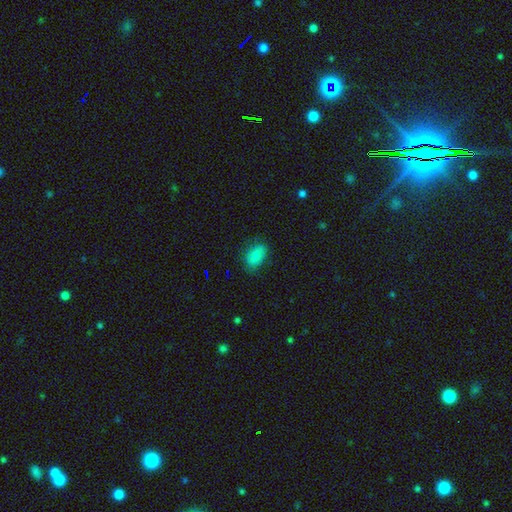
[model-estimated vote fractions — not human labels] smooth-or-featured: smooth: 81% | featured or disk: 10% | star or artifact: 9%
  how-rounded: in between: 86% | round: 12% | cigar-shaped: 2%
  merging: none: 75% | minor disturbance: 19% | major disturbance: 5% | merger: 1%